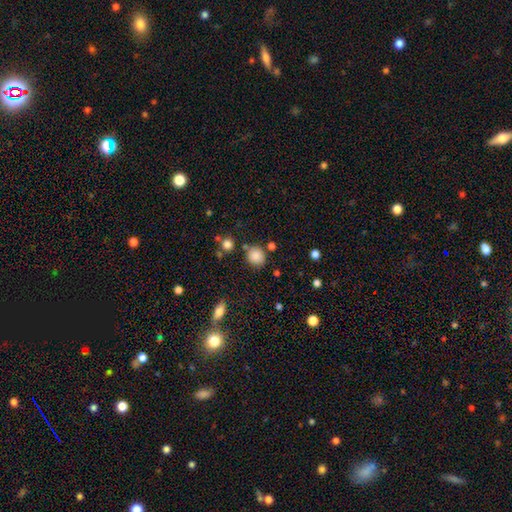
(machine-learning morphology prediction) smooth 85%, star or artifact 11%, featured or disk 5%. Down the decision tree: how rounded — round (81%); merging — none (77%).